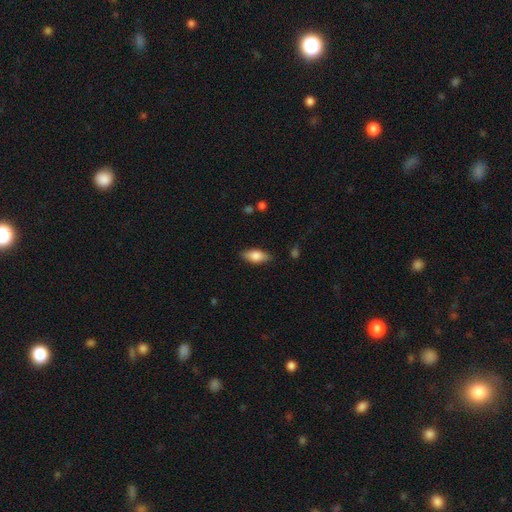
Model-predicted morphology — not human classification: This appears to be a smooth galaxy with no disk features (78%) that is in between round and cigar-shaped (84%). Merging: none (85%).